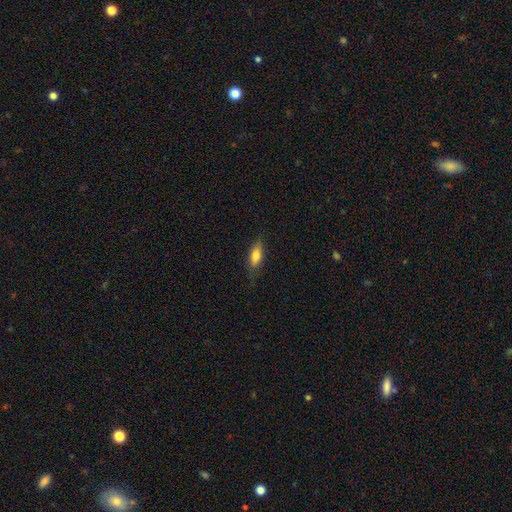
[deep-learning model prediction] Smooth or featured: smooth — 70% (featured or disk — 23%)
How rounded: in between — 64% (cigar-shaped — 33%)
Merging: none — 74% (minor disturbance — 20%)